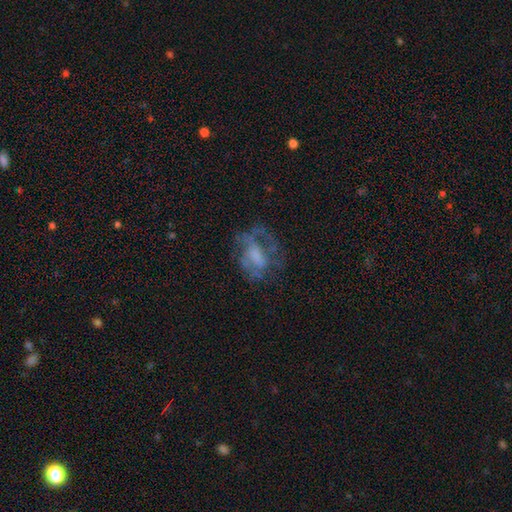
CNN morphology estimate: type=featured or disk (62%); edge-on=no (96%); bar=no (53%); spiral arms=yes (53%); bulge=none (36%); merging=none (46%).